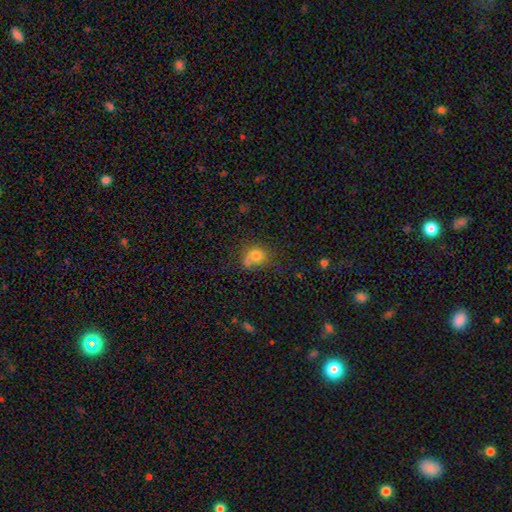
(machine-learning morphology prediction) smooth-or-featured: smooth: 76% | star or artifact: 12% | featured or disk: 12%
  how-rounded: round: 72% | in between: 27% | cigar-shaped: 1%
  merging: none: 51% | merger: 21% | minor disturbance: 20% | major disturbance: 9%